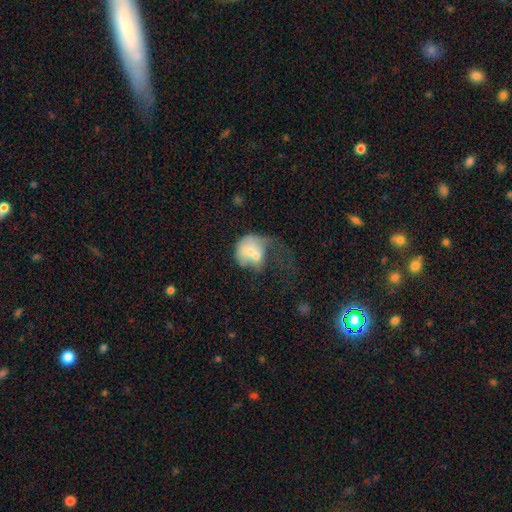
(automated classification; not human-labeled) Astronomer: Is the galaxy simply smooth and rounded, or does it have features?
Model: smooth — 57% (runner-up: featured or disk, 34%).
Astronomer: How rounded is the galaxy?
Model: round — 61% (runner-up: in between, 38%).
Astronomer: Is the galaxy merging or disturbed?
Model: merger — 41% (runner-up: major disturbance, 34%).